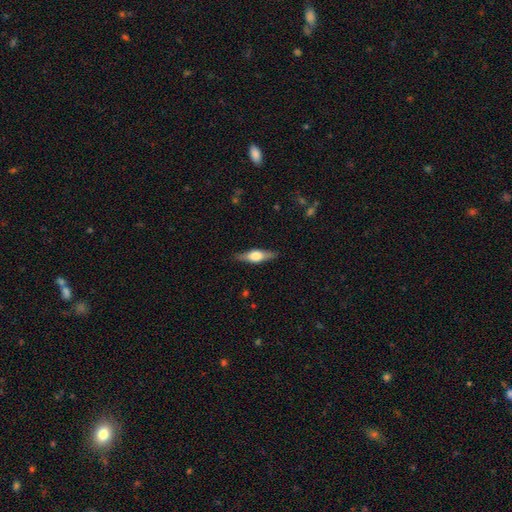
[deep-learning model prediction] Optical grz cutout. It shows a featured or disk galaxy (55%) viewed edge-on (93%) with a rounded central bulge (88%). Merging: none (86%).